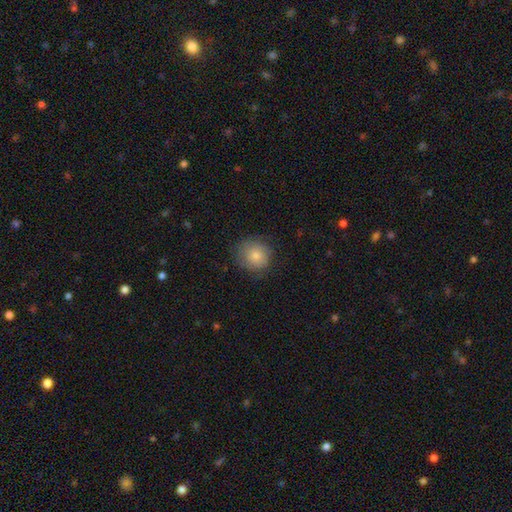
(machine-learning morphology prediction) Smooth or featured?
  - smooth: 81% *
  - featured or disk: 10%
  - star or artifact: 9%
How rounded?
  - round: 88% *
  - in between: 11%
  - cigar-shaped: 1%
Merging?
  - none: 78% *
  - minor disturbance: 16%
  - major disturbance: 5%
  - merger: 1%